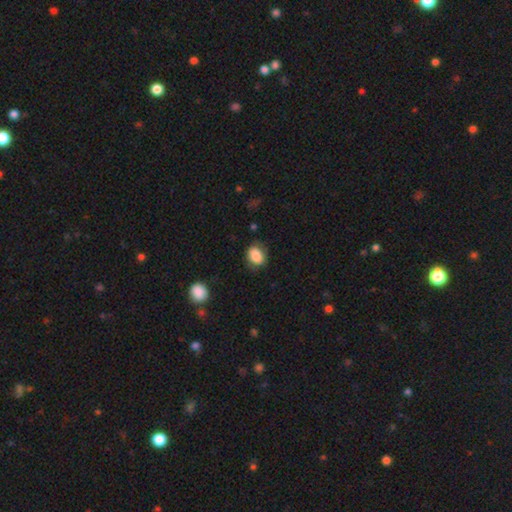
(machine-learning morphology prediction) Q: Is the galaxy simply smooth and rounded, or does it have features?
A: smooth — 85%.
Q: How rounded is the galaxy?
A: in between — 66%.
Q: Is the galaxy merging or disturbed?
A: none — 75%.